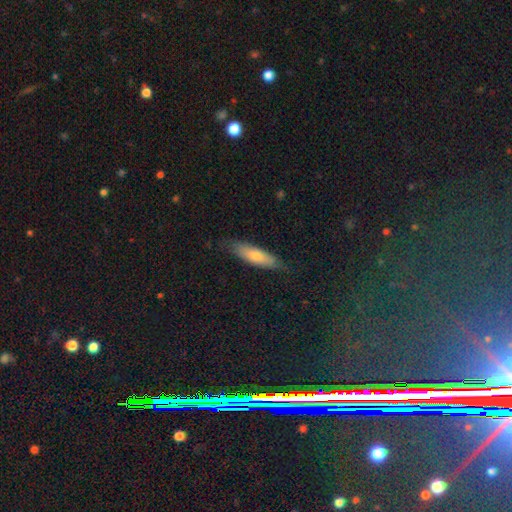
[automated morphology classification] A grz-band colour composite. It shows a smooth galaxy with no disk features (67%) that is cigar-shaped (66%). Merging: none (81%).